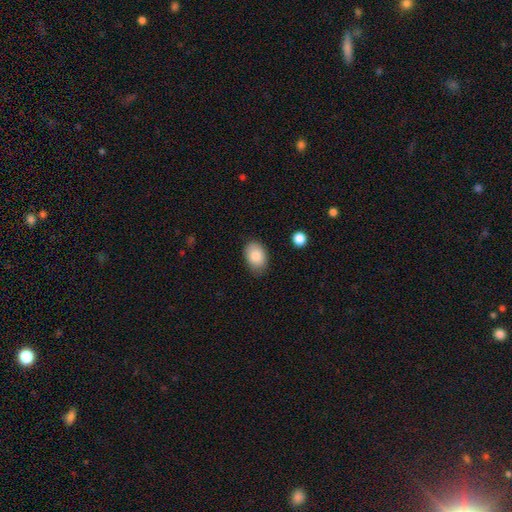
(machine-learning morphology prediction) type=smooth (84%); roundness=in between (83%); merging=none (78%).